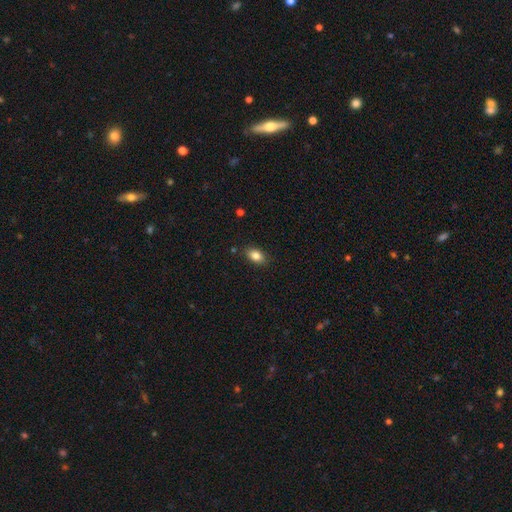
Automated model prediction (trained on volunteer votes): A smooth galaxy with no disk features (84%) that is in between round and cigar-shaped (88%). Merging: none (86%).